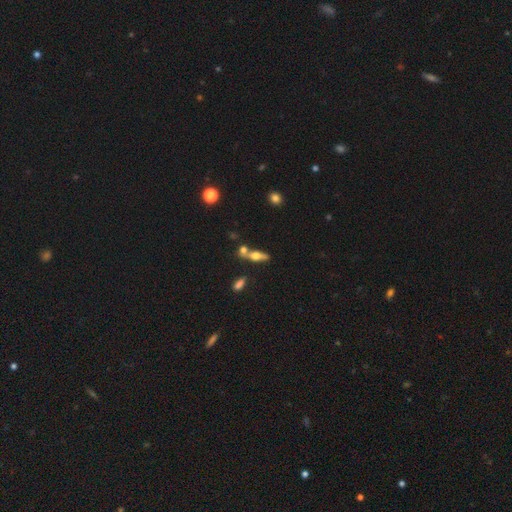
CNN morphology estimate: smooth-or-featured: featured or disk: 46% | smooth: 45% | star or artifact: 9%
  merging: none: 54% | merger: 29% | minor disturbance: 12% | major disturbance: 5%